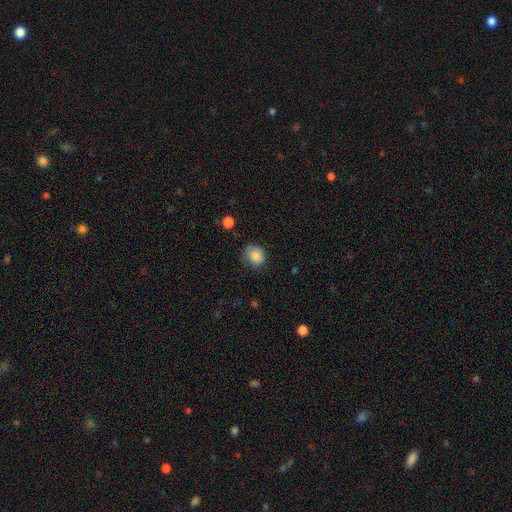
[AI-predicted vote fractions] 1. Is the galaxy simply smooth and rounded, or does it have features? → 85% smooth, 9% star or artifact, 6% featured or disk.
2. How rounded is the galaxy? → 68% round, 31% in between, 1% cigar-shaped.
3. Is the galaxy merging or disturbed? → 65% none, 26% minor disturbance, 7% major disturbance, 2% merger.